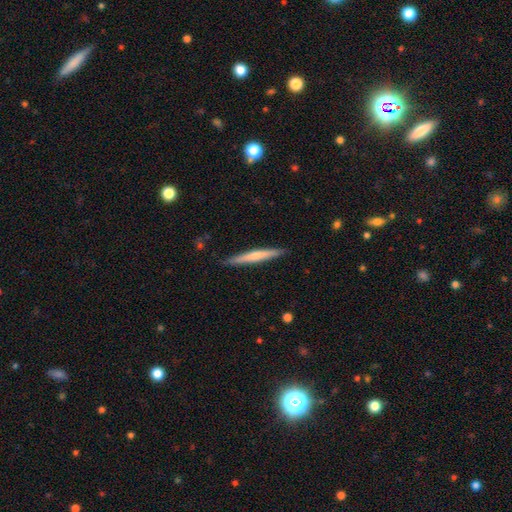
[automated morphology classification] This is possibly a smooth galaxy (50%). How rounded: clearly cigar-shaped (96%). Merging: clearly none (89%).